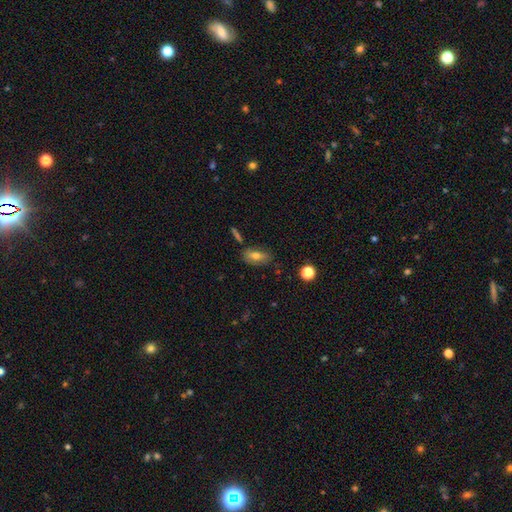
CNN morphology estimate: This is likely a smooth galaxy (67%). How rounded: clearly in between (83%). Merging: likely none (73%).